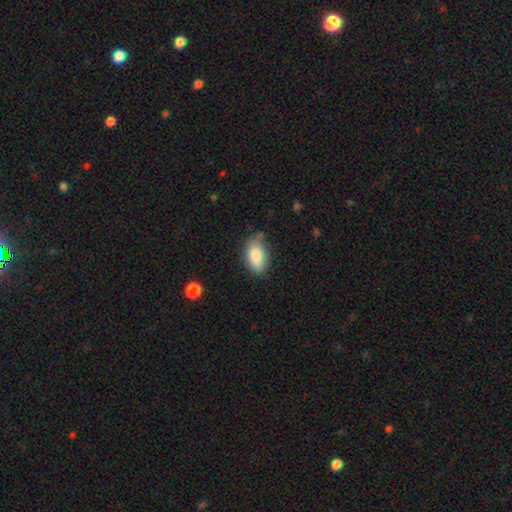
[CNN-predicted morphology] smooth_or_featured: smooth (p=0.85) [alt: featured or disk p=0.08]
how_rounded: in between (p=0.92) [alt: round p=0.05]
merging: none (p=0.67) [alt: minor disturbance p=0.25]